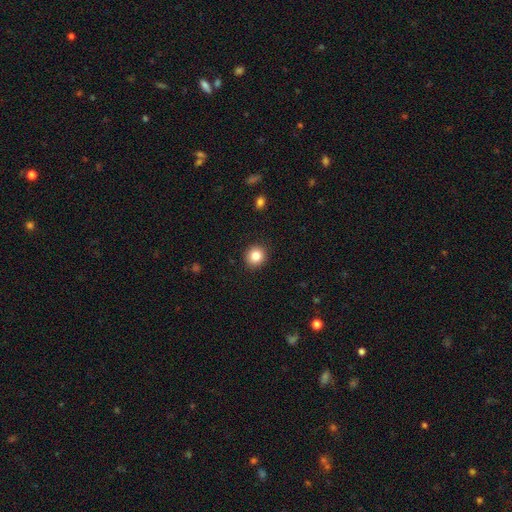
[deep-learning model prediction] smooth 84%, star or artifact 10%, featured or disk 6%. Down the decision tree: how rounded — round (89%); merging — none (92%).